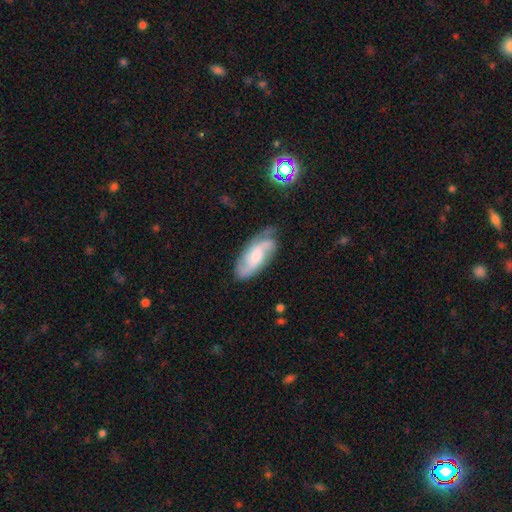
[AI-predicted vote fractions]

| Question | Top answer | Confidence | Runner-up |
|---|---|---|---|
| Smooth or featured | featured or disk | 75% | smooth (19%) |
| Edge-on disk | no | 93% | yes (7%) |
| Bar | no | 53% | weak (39%) |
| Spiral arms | yes | 95% | no (5%) |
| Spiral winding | medium | 48% | tight (27%) |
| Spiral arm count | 2 | 52% | 3 (23%) |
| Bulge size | moderate | 47% | small (31%) |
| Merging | none | 68% | minor disturbance (22%) |